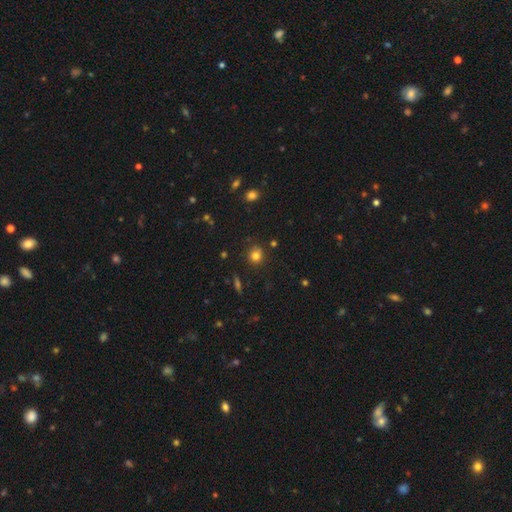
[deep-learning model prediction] The model was most divided on "smooth or featured": smooth: 79%, star or artifact: 14%, featured or disk: 7%. More confident: how rounded — round (84%); merging — none (81%).